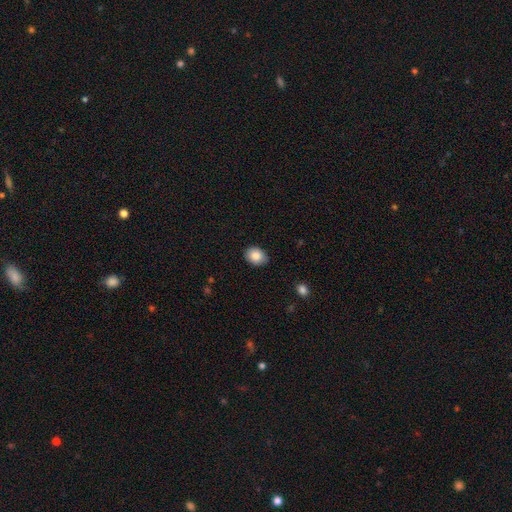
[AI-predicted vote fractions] Smooth or featured: smooth — 86% (star or artifact — 8%)
How rounded: in between — 59% (round — 40%)
Merging: none — 84% (minor disturbance — 12%)